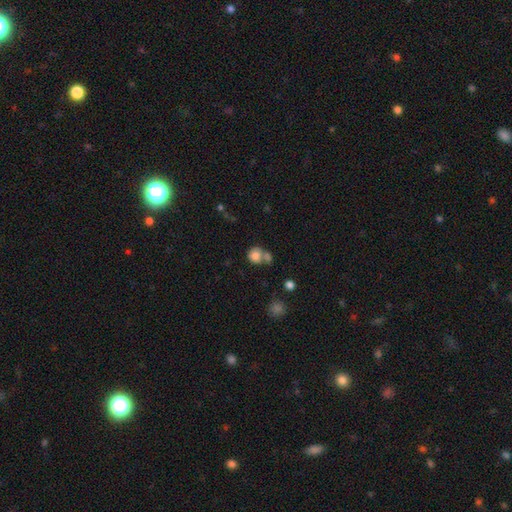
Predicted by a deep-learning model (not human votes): Morphology: type=smooth (81%); roundness=round (82%); merging=none (42%).